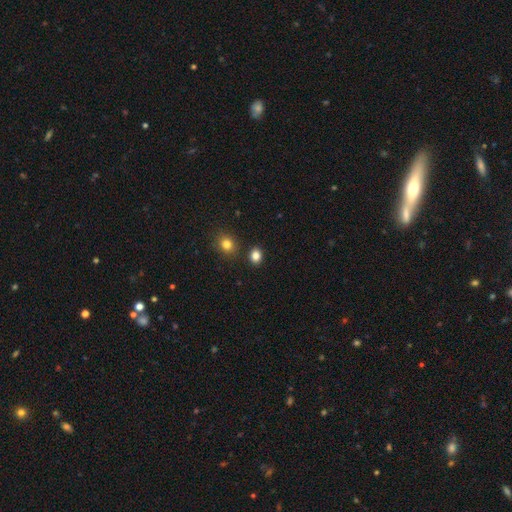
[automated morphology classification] A smooth galaxy with no disk features (84%) that is round (55%). Merging: none (85%).